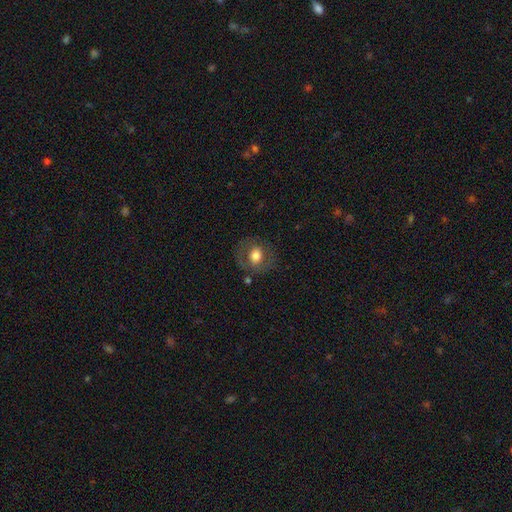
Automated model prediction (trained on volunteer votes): smooth_or_featured: smooth (p=0.62) [alt: featured or disk p=0.30]
how_rounded: round (p=0.71) [alt: in between p=0.28]
merging: none (p=0.76) [alt: minor disturbance p=0.14]